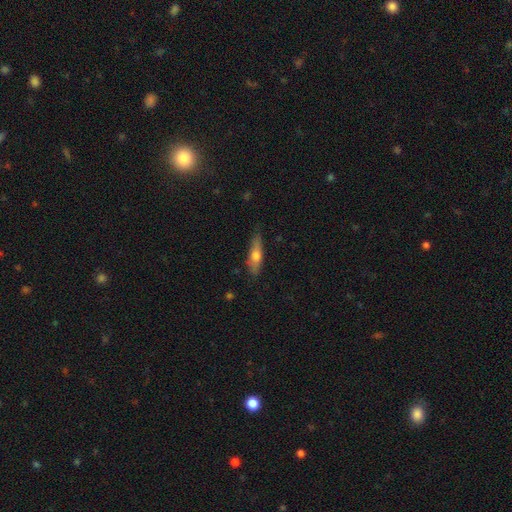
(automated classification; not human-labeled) Morphology: type=smooth (60%); roundness=cigar-shaped (63%); merging=none (78%).